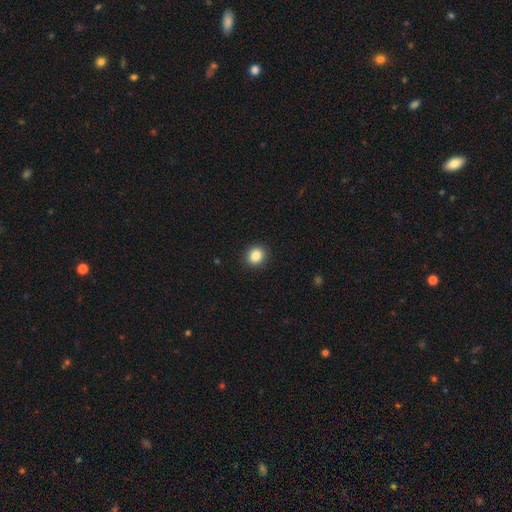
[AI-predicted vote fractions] A smooth galaxy with no disk features (86%) that is round (72%). Merging: none (91%).